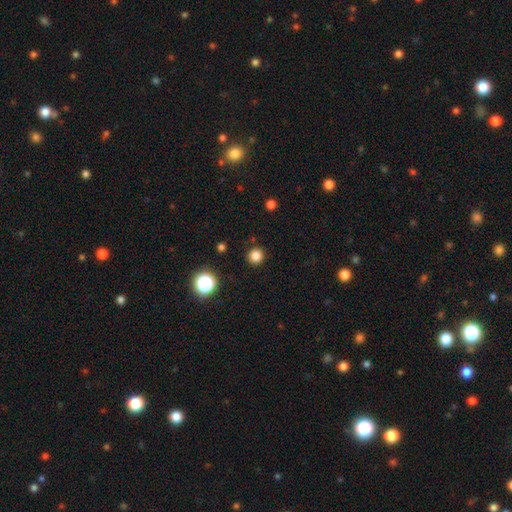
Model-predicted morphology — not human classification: Smooth or featured? Predicted: smooth (p=0.82). How rounded? Predicted: round (p=0.94). Merging? Predicted: none (p=0.91).